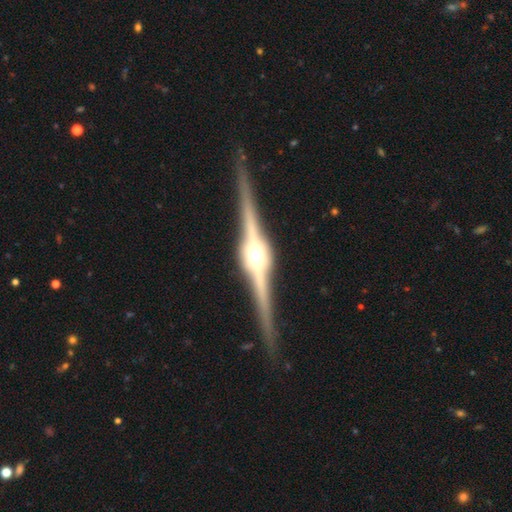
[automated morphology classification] Q: Smooth or featured?
A: featured or disk (87%); runner-up: smooth (8%)
Q: Edge-on disk?
A: yes (98%); runner-up: no (2%)
Q: Edge-on bulge?
A: rounded (93%); runner-up: boxy (5%)
Q: Merging?
A: none (88%); runner-up: minor disturbance (9%)